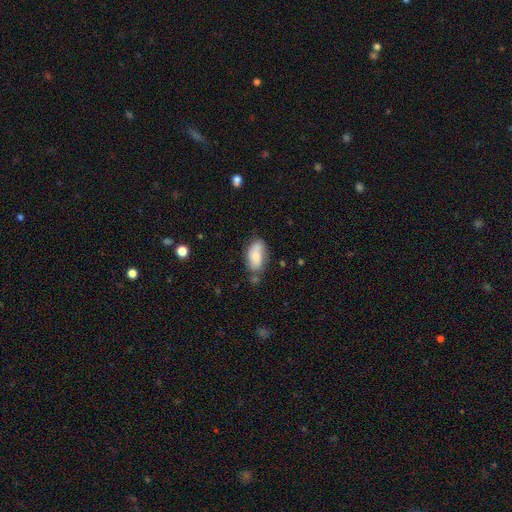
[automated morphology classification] smooth 68%, featured or disk 25%, star or artifact 7%. Down the decision tree: how rounded — in between (91%); merging — none (63%).